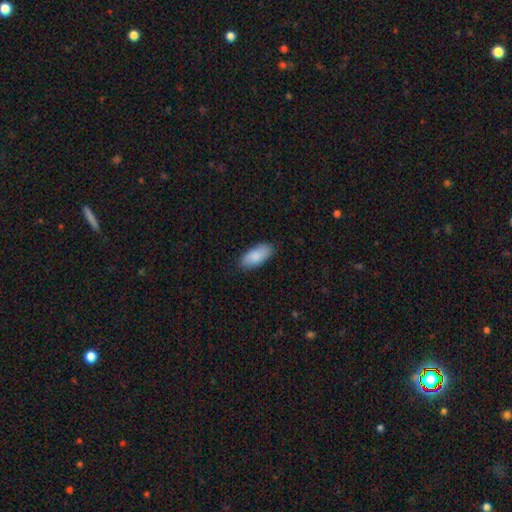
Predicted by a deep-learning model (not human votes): Overall: smooth (88%). How rounded: in between (88%). Merging: none (85%).